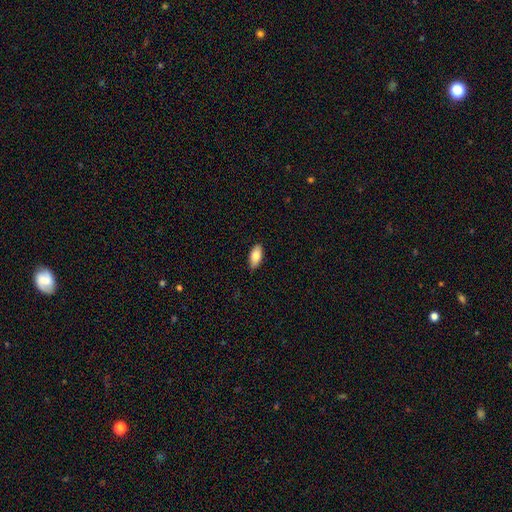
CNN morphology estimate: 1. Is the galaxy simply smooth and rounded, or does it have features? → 80% smooth, 13% featured or disk, 6% star or artifact.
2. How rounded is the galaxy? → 88% in between, 9% cigar-shaped, 2% round.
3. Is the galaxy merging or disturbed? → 87% none, 10% minor disturbance, 2% major disturbance, 1% merger.